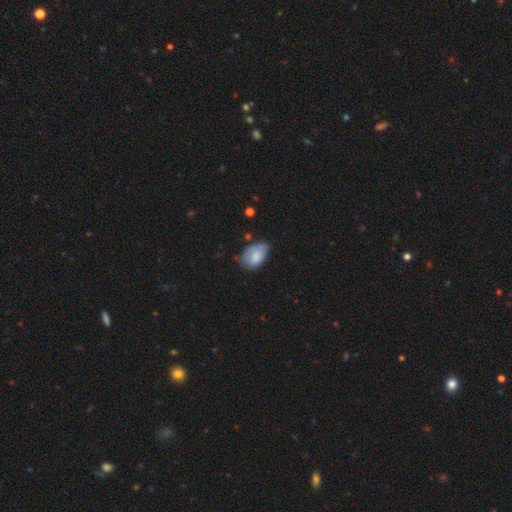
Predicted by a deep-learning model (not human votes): This appears to be a smooth galaxy with no disk features (74%) that is in between round and cigar-shaped (87%). Merging: none (48%).